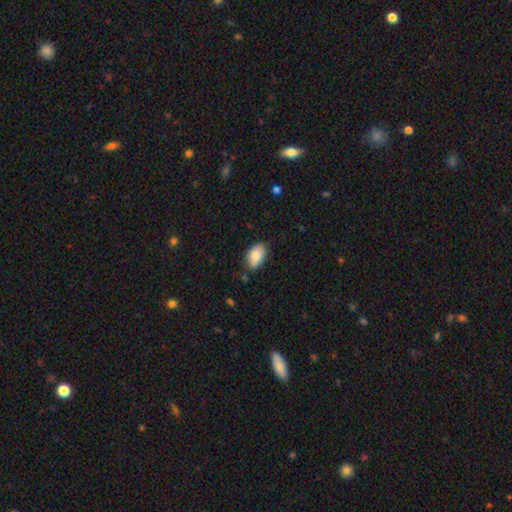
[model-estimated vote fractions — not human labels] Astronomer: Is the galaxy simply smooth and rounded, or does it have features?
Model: smooth — 83%.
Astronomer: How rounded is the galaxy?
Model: in between — 92%.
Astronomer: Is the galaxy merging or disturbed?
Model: none — 79%.